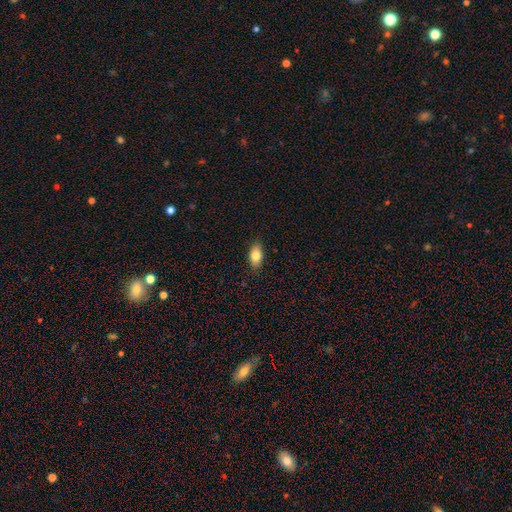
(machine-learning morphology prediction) Overall: smooth (82%). How rounded: in between (89%). Merging: none (86%).